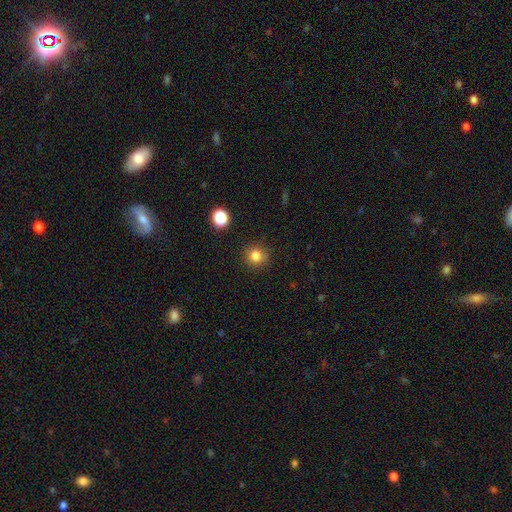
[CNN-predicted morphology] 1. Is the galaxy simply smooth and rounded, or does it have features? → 82% smooth, 13% star or artifact, 5% featured or disk.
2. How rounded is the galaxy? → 91% round, 8% in between, 1% cigar-shaped.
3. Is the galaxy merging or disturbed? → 87% none, 9% minor disturbance, 3% major disturbance, 2% merger.